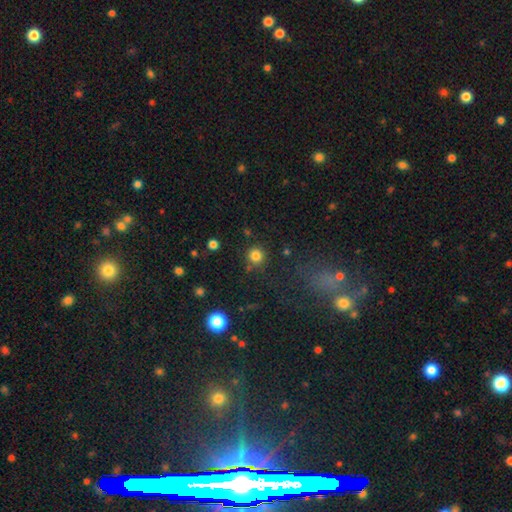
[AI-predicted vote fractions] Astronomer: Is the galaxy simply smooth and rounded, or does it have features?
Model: smooth — 82%.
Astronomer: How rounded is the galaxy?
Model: round — 93%.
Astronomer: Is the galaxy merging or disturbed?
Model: none — 83%.